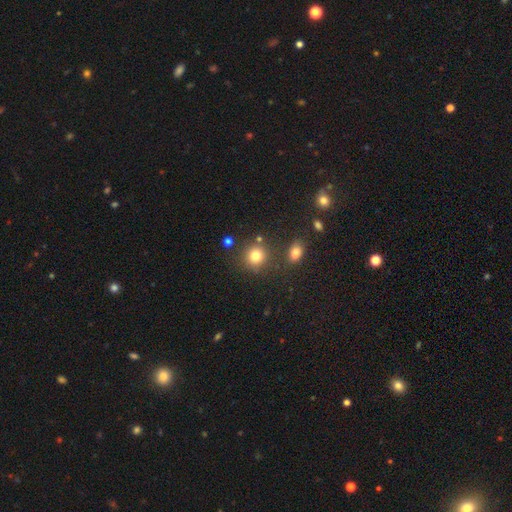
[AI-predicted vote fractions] This appears to be a smooth galaxy with no disk features (79%) that is round (88%). Merging: none (79%).